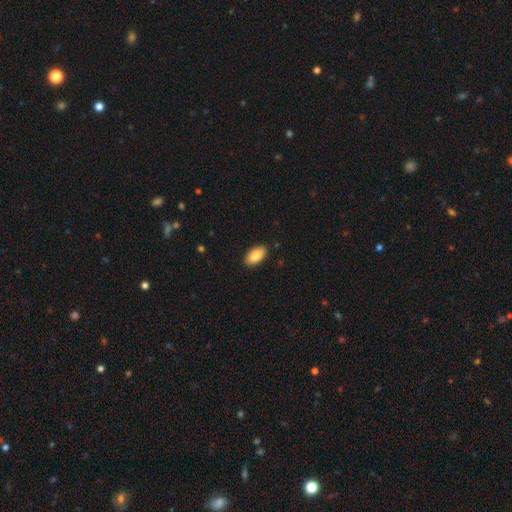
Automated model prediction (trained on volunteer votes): Smooth or featured? Predicted: smooth (p=0.88). How rounded? Predicted: in between (p=0.94). Merging? Predicted: none (p=0.89).